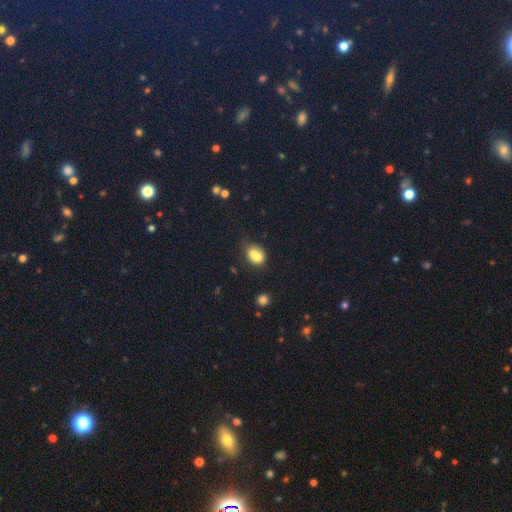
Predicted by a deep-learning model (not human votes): A smooth galaxy with no disk features (72%) that is in between round and cigar-shaped (56%).

Vote fractions:
- Smooth or featured? smooth: 72% / featured or disk: 16% / star or artifact: 12%
- How rounded? in between: 56% / round: 42% / cigar-shaped: 1%
- Merging? merger: 48% / none: 30% / minor disturbance: 15% / major disturbance: 6%